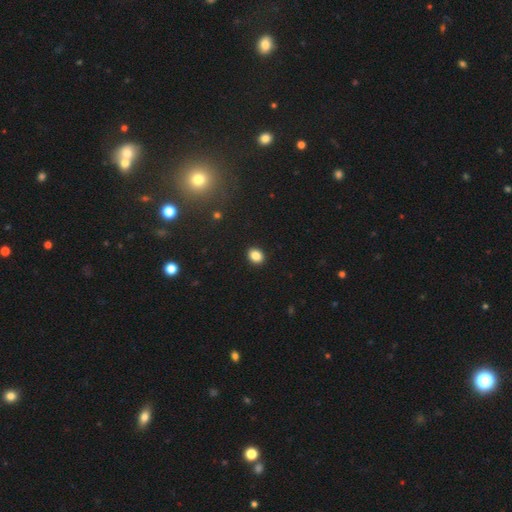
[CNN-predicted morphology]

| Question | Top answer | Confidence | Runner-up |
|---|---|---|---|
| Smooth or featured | smooth | 86% | star or artifact (10%) |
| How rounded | in between | 60% | round (39%) |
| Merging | none | 91% | minor disturbance (6%) |